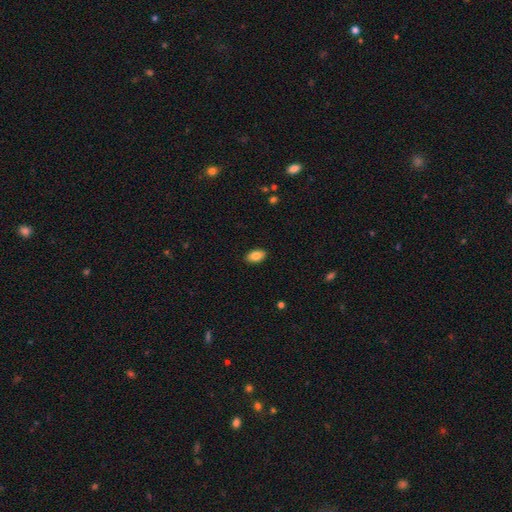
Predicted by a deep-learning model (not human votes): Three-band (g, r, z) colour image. It shows a smooth galaxy with no disk features (86%) that is in between round and cigar-shaped (92%). Merging: none (90%).